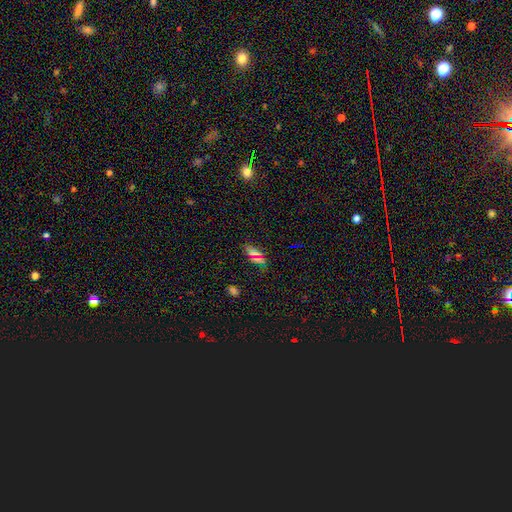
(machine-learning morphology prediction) type=smooth (60%); roundness=in between (78%); merging=none (79%).